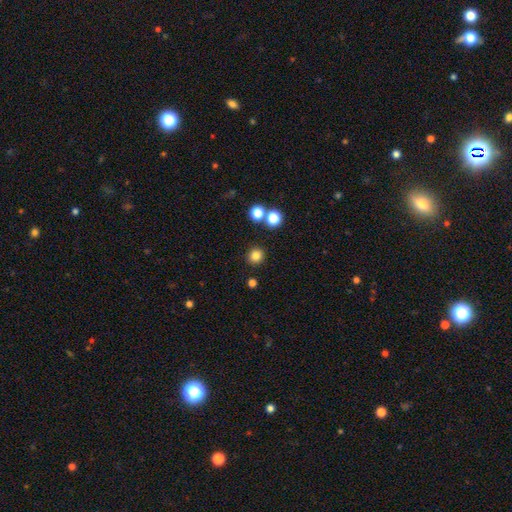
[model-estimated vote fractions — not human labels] Overall: smooth (82%). How rounded: round (91%). Merging: none (89%).